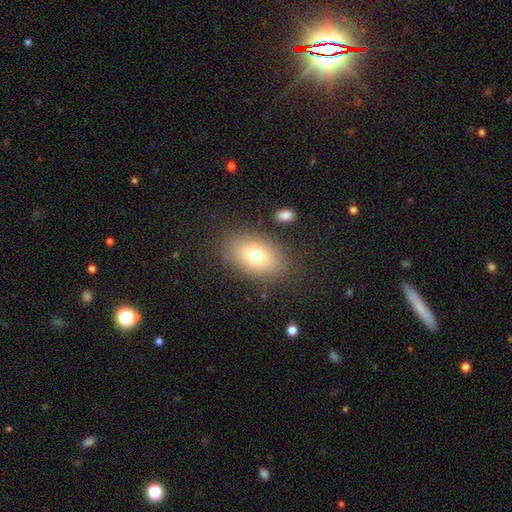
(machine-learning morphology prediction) Smooth or featured? smooth (75%)
How rounded? in between (83%)
Merging? none (82%)